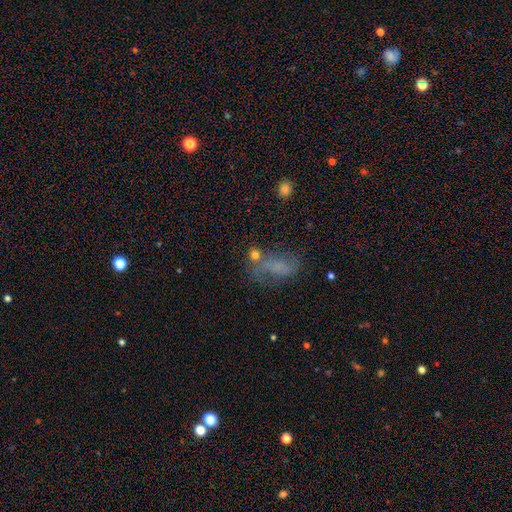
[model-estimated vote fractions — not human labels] Smooth or featured? smooth (47%)
Merging? none (42%)